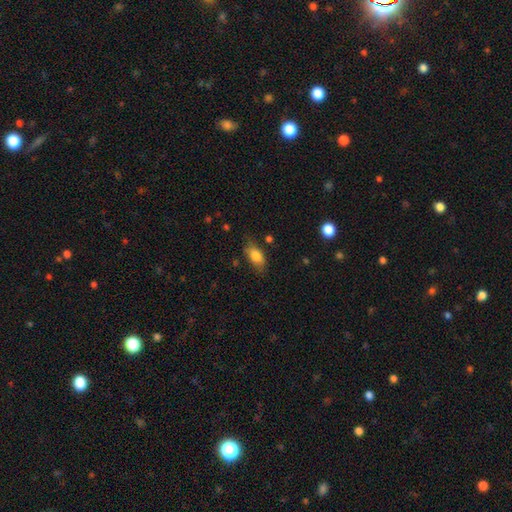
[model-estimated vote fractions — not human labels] smooth_or_featured: smooth (p=0.81) [alt: featured or disk p=0.12]
how_rounded: in between (p=0.87) [alt: cigar-shaped p=0.07]
merging: none (p=0.70) [alt: minor disturbance p=0.22]